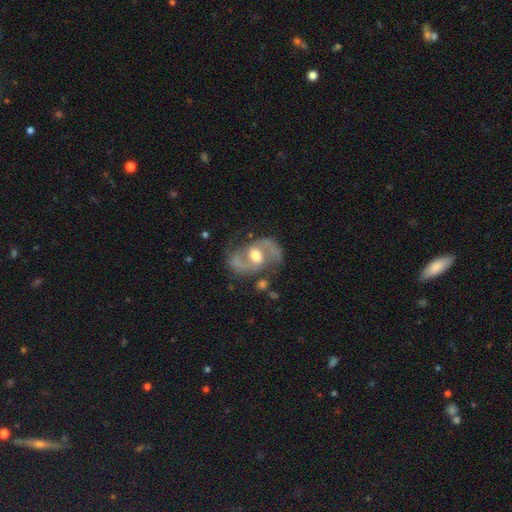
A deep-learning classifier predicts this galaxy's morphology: This is clearly a featured or disk galaxy (87%). It is clearly not viewed edge-on (97%). Bar: possibly weak (47%). Spiral arm pattern: clearly yes (94%). Spiral arm count: clearly 2 (92%). Spiral winding: possibly medium (55%). Central bulge: likely moderate (72%). Merging: likely none (68%).